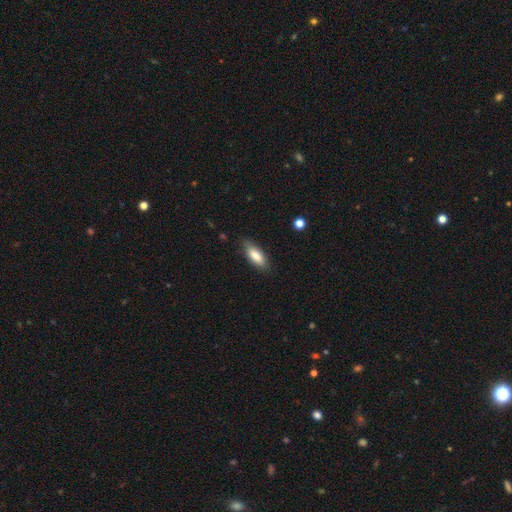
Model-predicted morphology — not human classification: This appears to be a smooth galaxy with no disk features (81%) that is in between round and cigar-shaped (70%). Merging: none (80%).